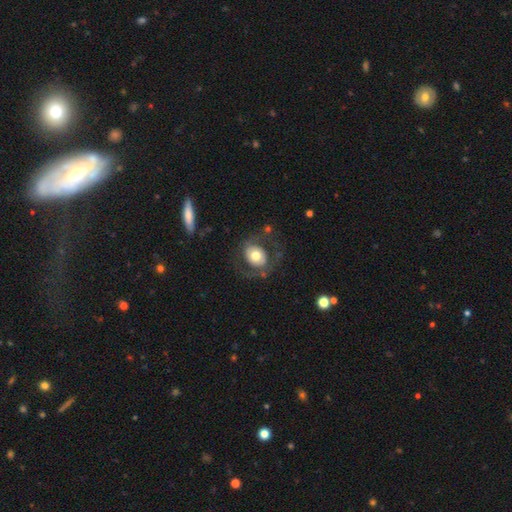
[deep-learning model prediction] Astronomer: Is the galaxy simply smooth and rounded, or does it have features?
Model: smooth — 52% (runner-up: featured or disk, 41%).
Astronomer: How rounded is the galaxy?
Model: round — 56% (runner-up: in between, 42%).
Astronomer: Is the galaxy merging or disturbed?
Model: none — 65%.